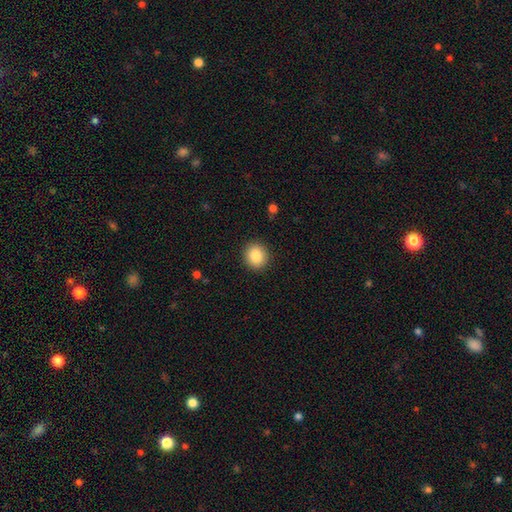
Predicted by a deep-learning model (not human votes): This appears to be a smooth galaxy with no disk features (86%) that is round (82%). Merging: none (91%).